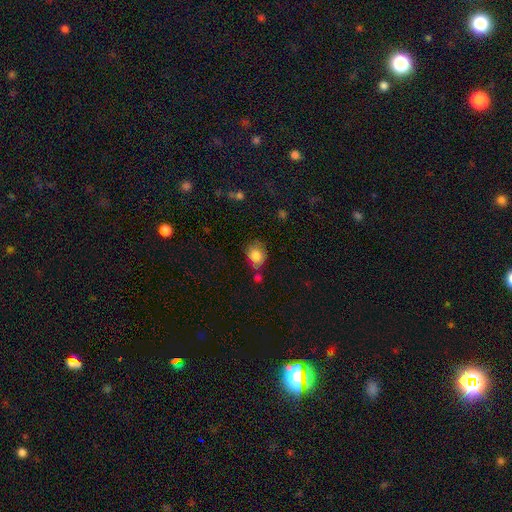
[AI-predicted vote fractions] A smooth galaxy with no disk features (81%) that is round (52%). Merging: none (52%).